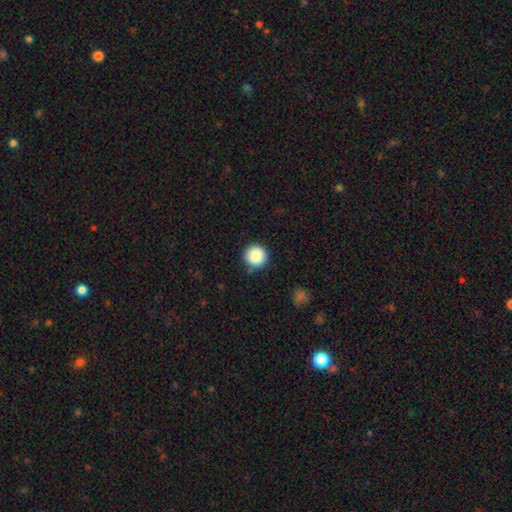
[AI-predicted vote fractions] Morphology: type=smooth (88%); roundness=round (95%); merging=none (89%).